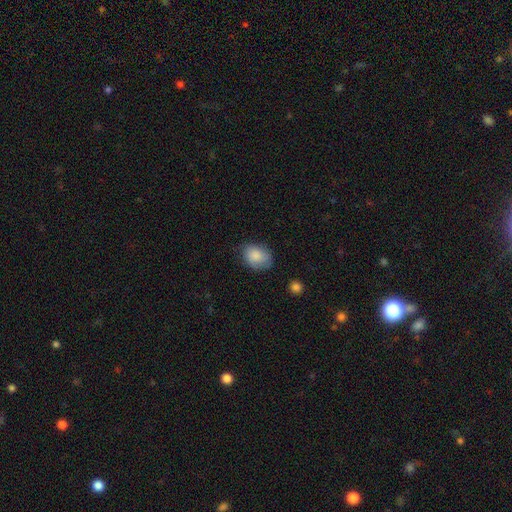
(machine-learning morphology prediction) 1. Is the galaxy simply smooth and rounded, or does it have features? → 84% smooth, 9% featured or disk, 7% star or artifact.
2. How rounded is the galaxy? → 68% in between, 31% round, 1% cigar-shaped.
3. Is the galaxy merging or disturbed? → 69% none, 25% minor disturbance, 5% major disturbance, 2% merger.